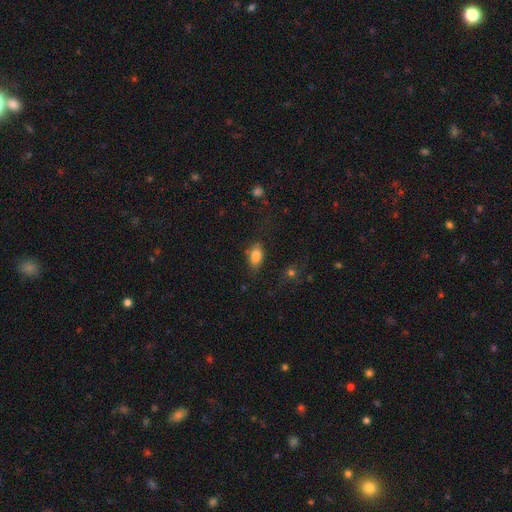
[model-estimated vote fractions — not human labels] Q: Smooth or featured?
A: smooth (81%); runner-up: star or artifact (10%)
Q: How rounded?
A: in between (86%); runner-up: round (9%)
Q: Merging?
A: none (66%); runner-up: minor disturbance (21%)